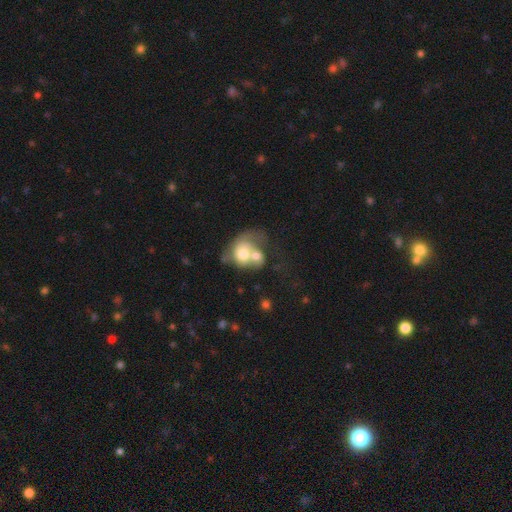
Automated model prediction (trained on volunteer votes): Smooth or featured: smooth — 56% (featured or disk — 36%)
How rounded: round — 55% (in between — 44%)
Merging: merger — 72% (major disturbance — 13%)